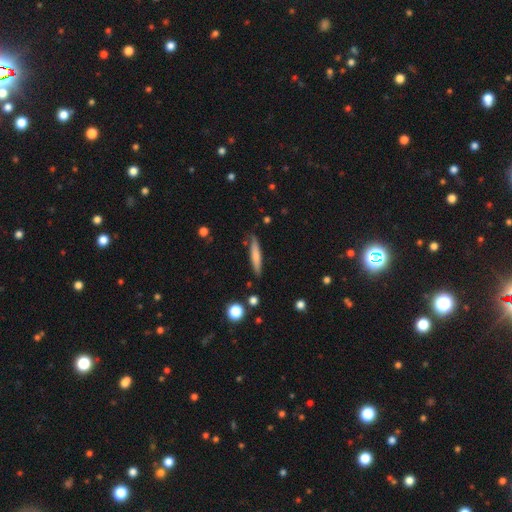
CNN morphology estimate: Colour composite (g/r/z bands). It shows a smooth galaxy with no disk features (68%) that is cigar-shaped (91%). Merging: none (85%).